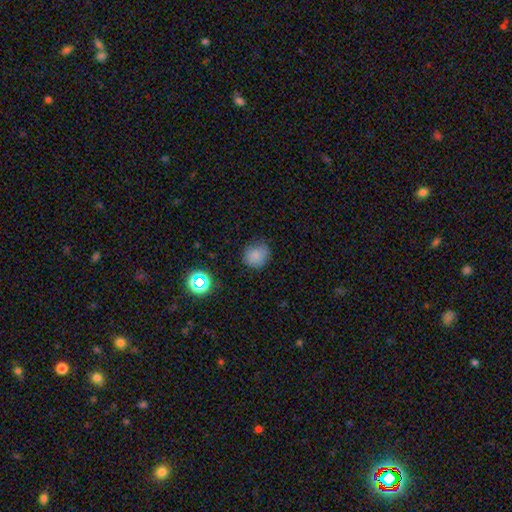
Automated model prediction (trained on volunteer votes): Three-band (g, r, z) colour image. It shows a smooth galaxy with no disk features (80%) that is round (79%). Merging: none (78%).